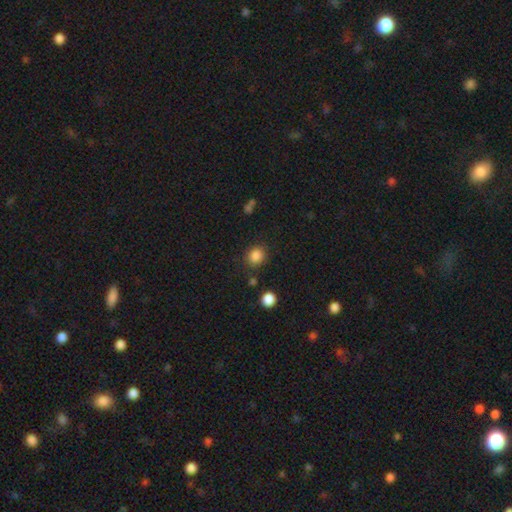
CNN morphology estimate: smooth-or-featured: smooth: 85% | star or artifact: 11% | featured or disk: 4%
  how-rounded: round: 77% | in between: 22% | cigar-shaped: 1%
  merging: none: 82% | minor disturbance: 11% | major disturbance: 4% | merger: 4%